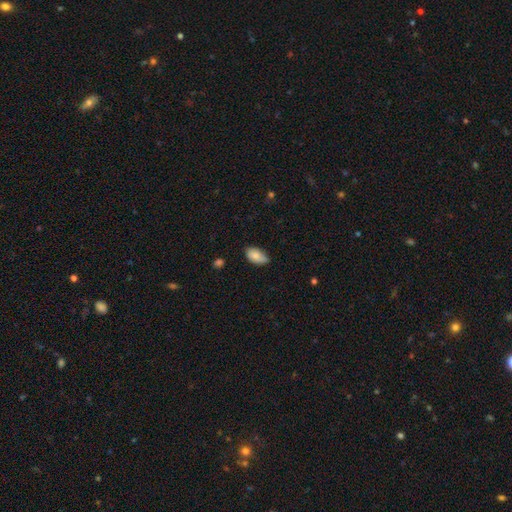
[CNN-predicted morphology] Q: Smooth or featured?
A: smooth (85%); runner-up: featured or disk (8%)
Q: How rounded?
A: in between (94%); runner-up: round (4%)
Q: Merging?
A: none (65%); runner-up: minor disturbance (30%)